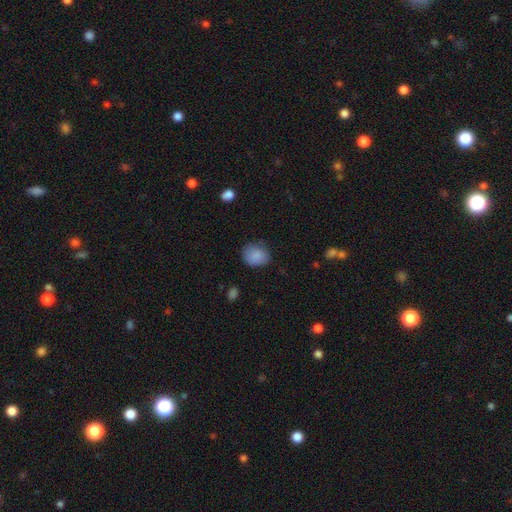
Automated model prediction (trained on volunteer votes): Smooth or featured? smooth (86%)
How rounded? round (59%)
Merging? none (71%)